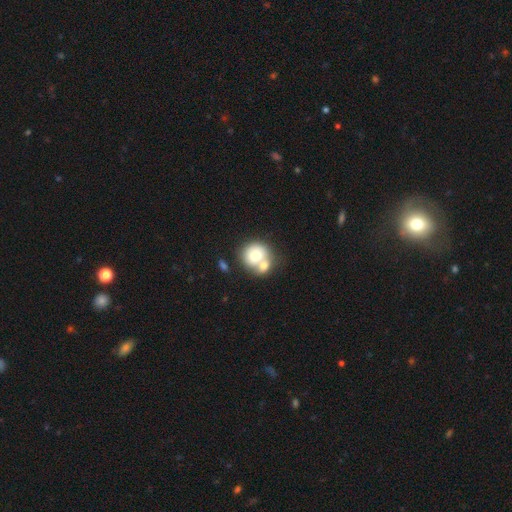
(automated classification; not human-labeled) A smooth galaxy with no disk features (66%) that is round (82%).

Vote fractions:
- Smooth or featured? smooth: 66% / featured or disk: 26% / star or artifact: 8%
- How rounded? round: 82% / in between: 17% / cigar-shaped: 1%
- Merging? merger: 56% / none: 32% / minor disturbance: 8% / major disturbance: 4%